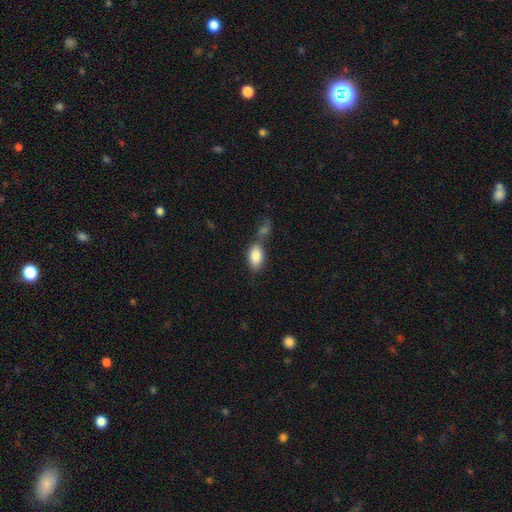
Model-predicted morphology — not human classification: Smooth or featured?
  - smooth: 85% *
  - featured or disk: 8%
  - star or artifact: 7%
How rounded?
  - in between: 92% *
  - round: 6%
  - cigar-shaped: 3%
Merging?
  - none: 47% *
  - merger: 34%
  - minor disturbance: 13%
  - major disturbance: 6%